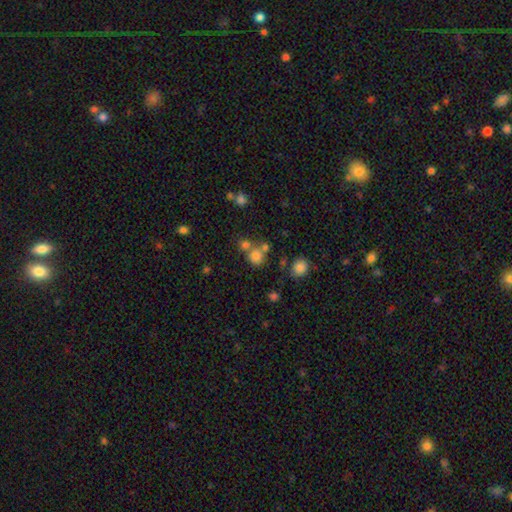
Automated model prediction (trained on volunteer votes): smooth-or-featured: smooth: 75% | star or artifact: 17% | featured or disk: 9%
  how-rounded: round: 84% | in between: 15% | cigar-shaped: 1%
  merging: none: 56% | merger: 32% | minor disturbance: 9% | major disturbance: 4%